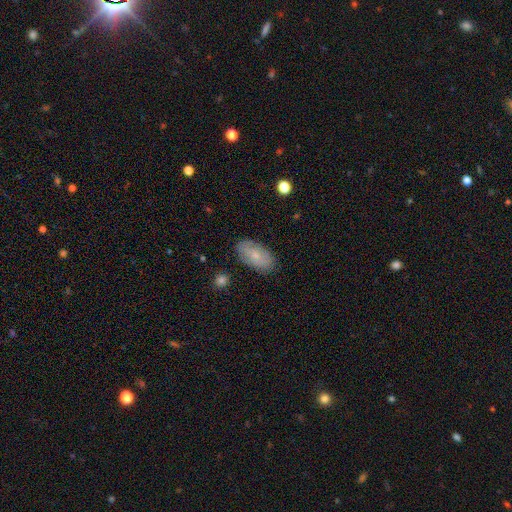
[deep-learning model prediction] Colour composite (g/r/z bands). It shows a smooth galaxy with no disk features (63%) that is in between round and cigar-shaped (93%). Merging: none (83%).